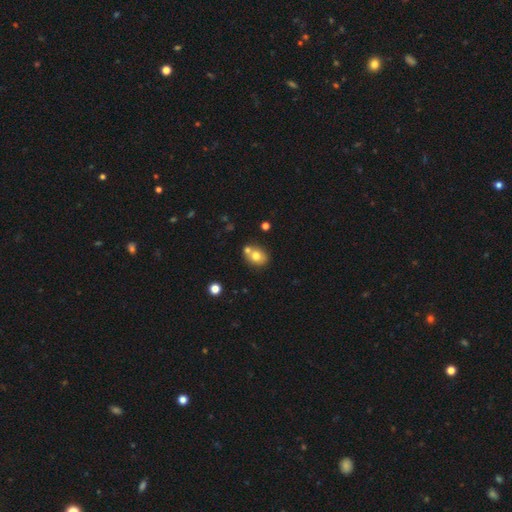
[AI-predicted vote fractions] This appears to be a smooth galaxy with no disk features (73%) that is round (55%). Merging: none (58%).